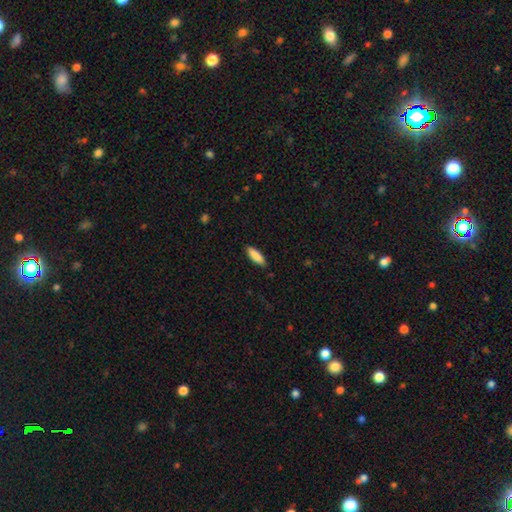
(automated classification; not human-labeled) Smooth or featured? smooth (89%)
How rounded? in between (53%)
Merging? none (88%)